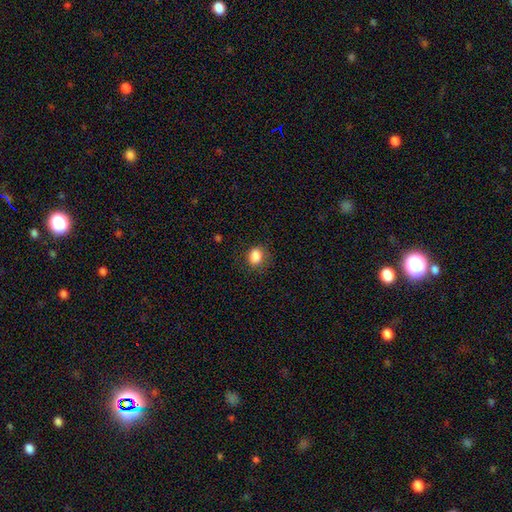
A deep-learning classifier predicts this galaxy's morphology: Smooth or featured? smooth (86%)
How rounded? round (56%)
Merging? none (78%)